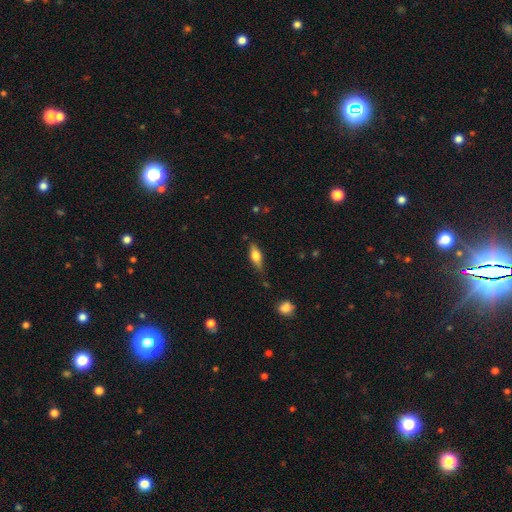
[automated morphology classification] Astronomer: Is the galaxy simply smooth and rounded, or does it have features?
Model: smooth — 59%.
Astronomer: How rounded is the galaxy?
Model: in between — 64%.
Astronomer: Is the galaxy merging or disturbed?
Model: none — 71%.